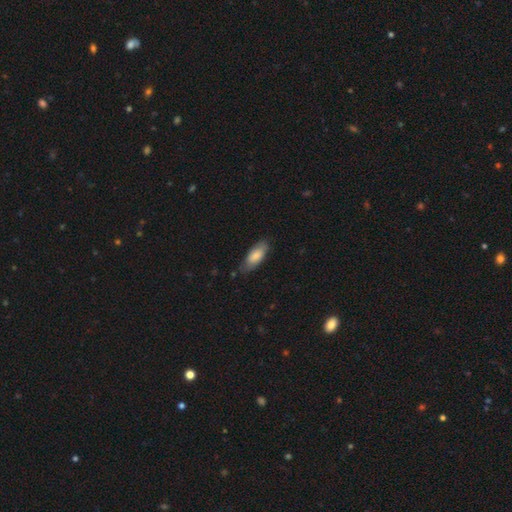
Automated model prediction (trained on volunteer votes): This is clearly a smooth galaxy (80%). How rounded: likely in between (78%). Merging: likely none (75%).